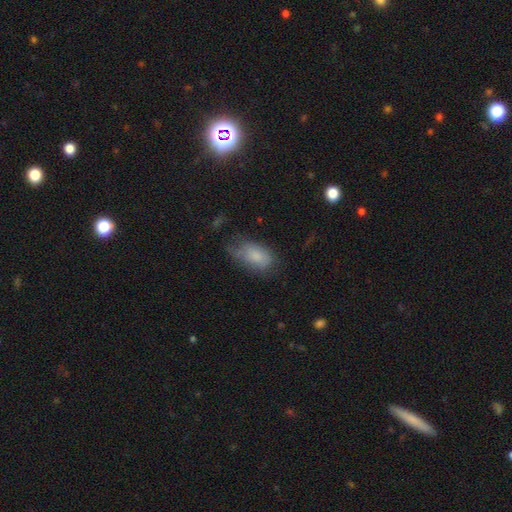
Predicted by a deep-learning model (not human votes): A smooth galaxy with no disk features (78%) that is in between round and cigar-shaped (91%). Merging: none (45%).